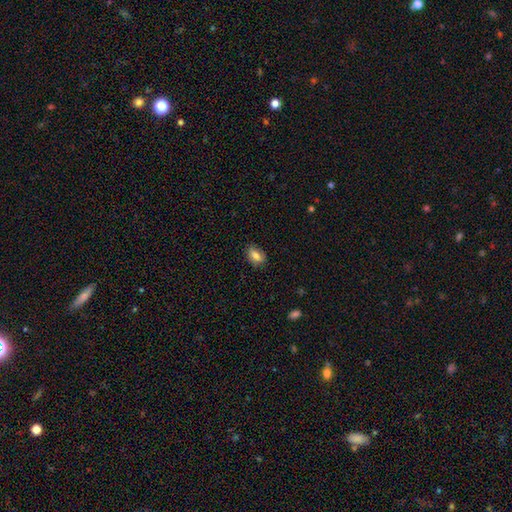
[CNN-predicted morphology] The model was most divided on "merging": none: 81%, minor disturbance: 15%, major disturbance: 3%, merger: 1%. More confident: how rounded — in between (85%); smooth or featured — smooth (81%).